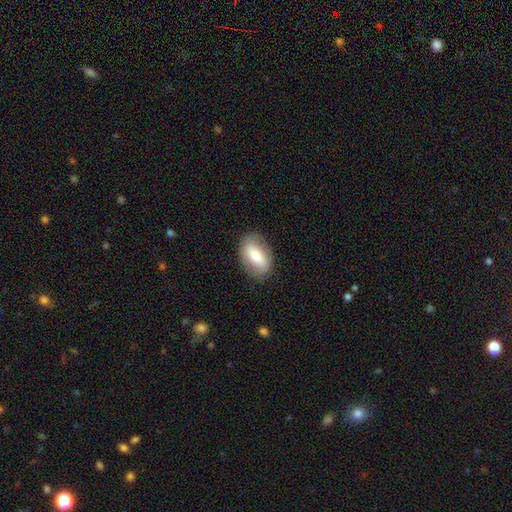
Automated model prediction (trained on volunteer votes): Overall: smooth (66%; featured or disk 27%). How rounded: in between (89%). Merging: none (84%).